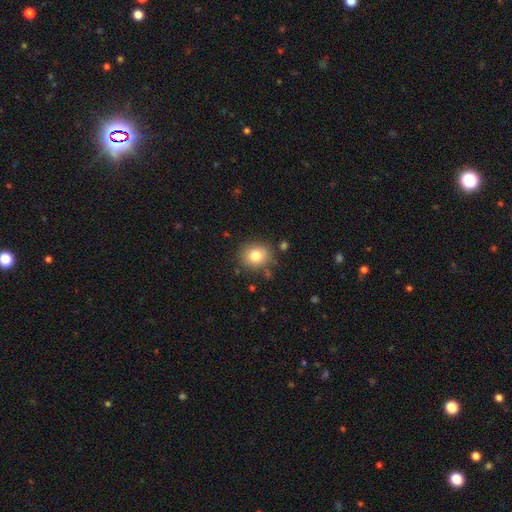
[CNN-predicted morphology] smooth 79%, star or artifact 11%, featured or disk 10%. Down the decision tree: how rounded — round (75%); merging — none (84%).